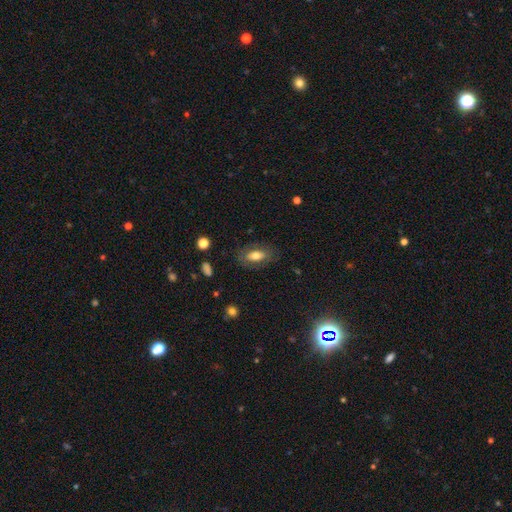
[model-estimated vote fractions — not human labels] A smooth galaxy with no disk features (63%) that is in between round and cigar-shaped (87%). Merging: none (79%).